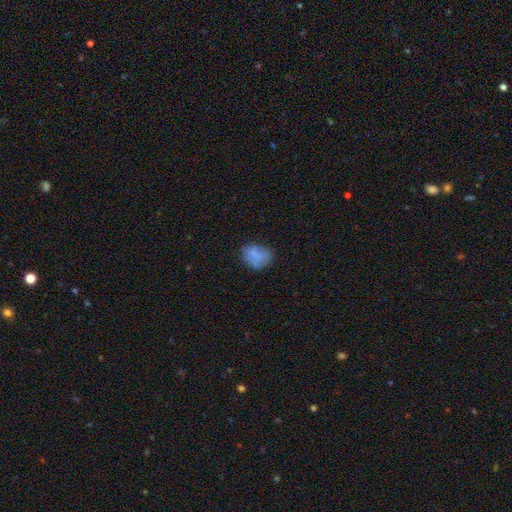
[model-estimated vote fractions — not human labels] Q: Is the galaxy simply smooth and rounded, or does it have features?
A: smooth — 75%.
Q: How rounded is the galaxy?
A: in between — 55%.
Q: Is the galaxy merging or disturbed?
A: none — 60%.